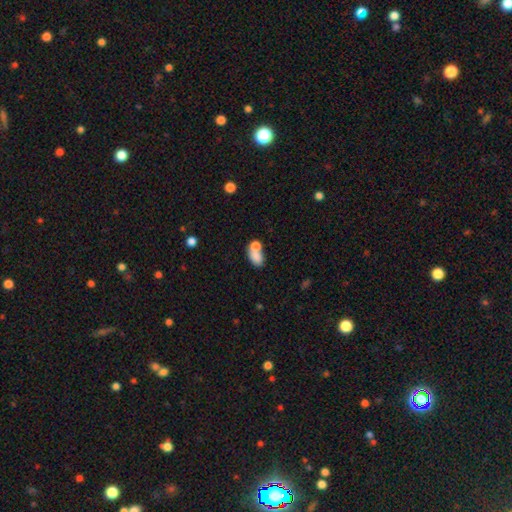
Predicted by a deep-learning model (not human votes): smooth 77%, featured or disk 13%, star or artifact 9%. Down the decision tree: how rounded — in between (82%); merging — merger (53%).